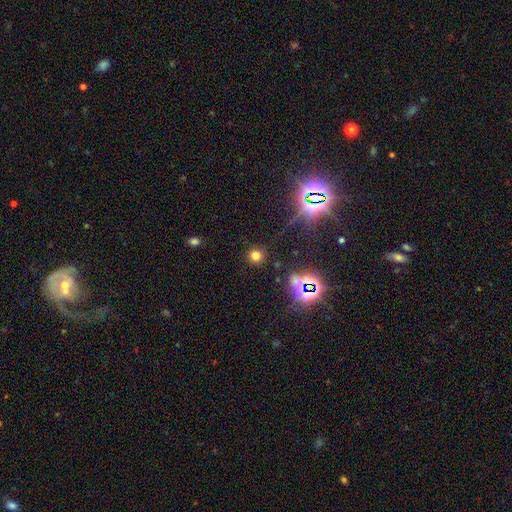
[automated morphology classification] Q: Smooth or featured?
A: smooth (68%); runner-up: star or artifact (25%)
Q: How rounded?
A: round (92%); runner-up: in between (7%)
Q: Merging?
A: none (88%); runner-up: minor disturbance (7%)